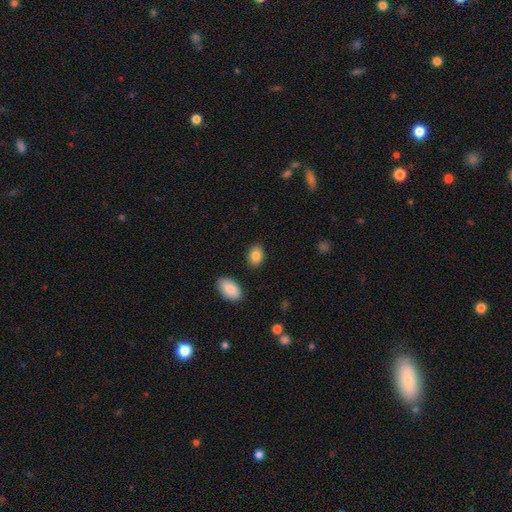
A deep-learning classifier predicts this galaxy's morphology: This is clearly a smooth galaxy (86%). How rounded: clearly in between (81%). Merging: clearly none (87%).